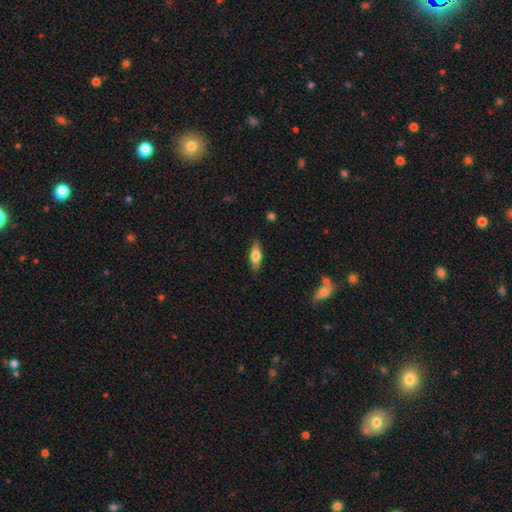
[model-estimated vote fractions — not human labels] smooth 67%, featured or disk 26%, star or artifact 7%. Down the decision tree: how rounded — in between (66%); merging — none (85%).